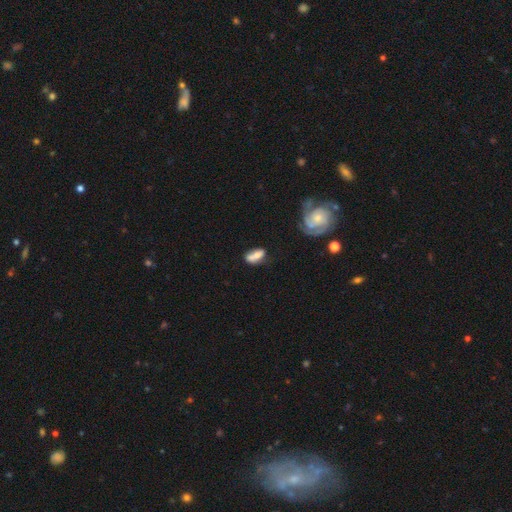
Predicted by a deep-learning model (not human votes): Smooth or featured: smooth — 58% (featured or disk — 33%)
How rounded: in between — 80% (cigar-shaped — 11%)
Merging: none — 41% (merger — 28%)